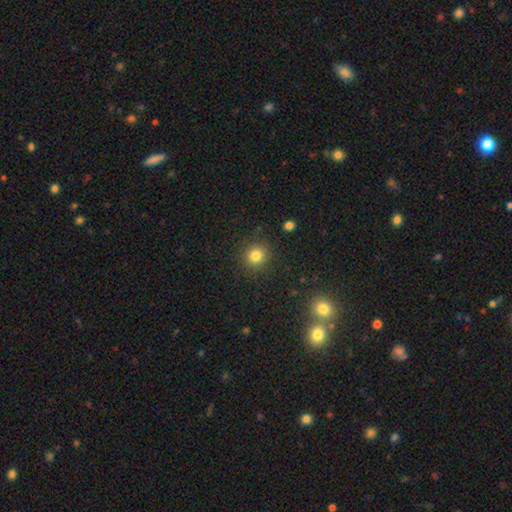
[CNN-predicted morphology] Smooth or featured? Predicted: smooth (p=0.82). How rounded? Predicted: round (p=0.91). Merging? Predicted: none (p=0.90).